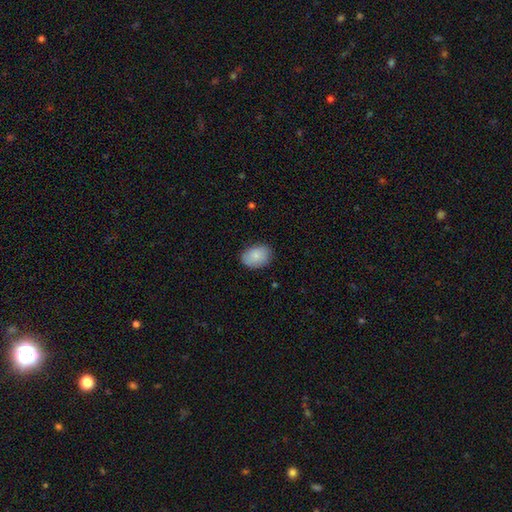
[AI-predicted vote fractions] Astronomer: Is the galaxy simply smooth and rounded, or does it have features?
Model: smooth — 84%.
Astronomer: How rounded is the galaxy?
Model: in between — 75%.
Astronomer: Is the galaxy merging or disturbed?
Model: none — 79%.